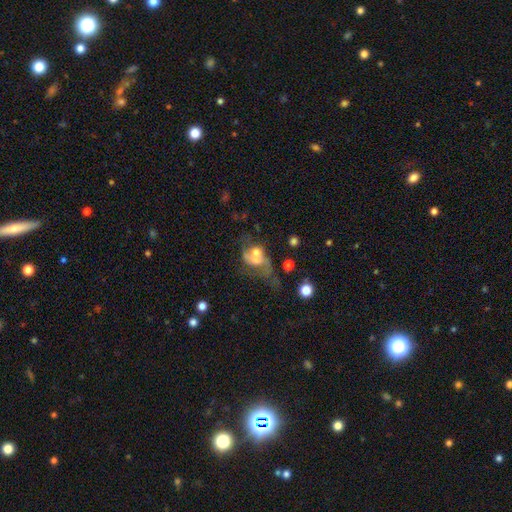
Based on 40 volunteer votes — This is possibly a smooth galaxy (55%). How rounded: likely in between (64%). Merging: likely merger (60%).